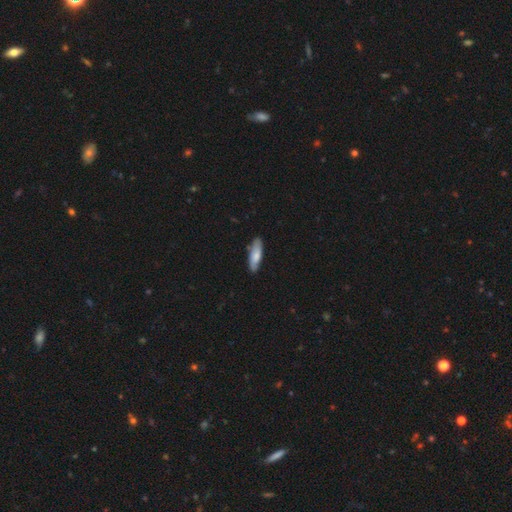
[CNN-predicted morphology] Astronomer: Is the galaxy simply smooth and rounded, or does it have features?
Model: smooth — 69%.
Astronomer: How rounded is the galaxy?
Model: cigar-shaped — 53% (runner-up: in between, 46%).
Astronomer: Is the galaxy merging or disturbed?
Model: none — 81%.